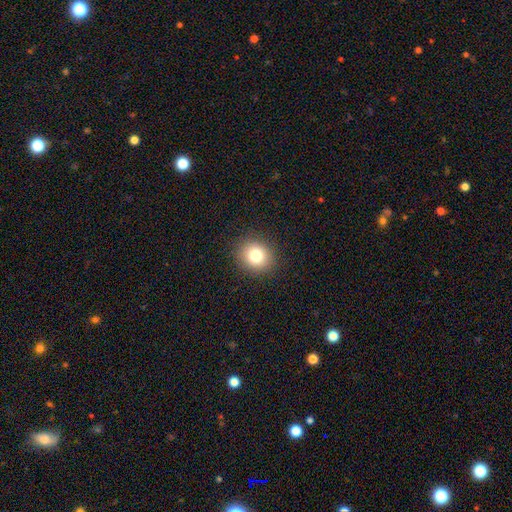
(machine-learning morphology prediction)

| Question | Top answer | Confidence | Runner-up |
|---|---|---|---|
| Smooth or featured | smooth | 79% | star or artifact (12%) |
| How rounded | round | 75% | in between (24%) |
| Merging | none | 90% | minor disturbance (7%) |